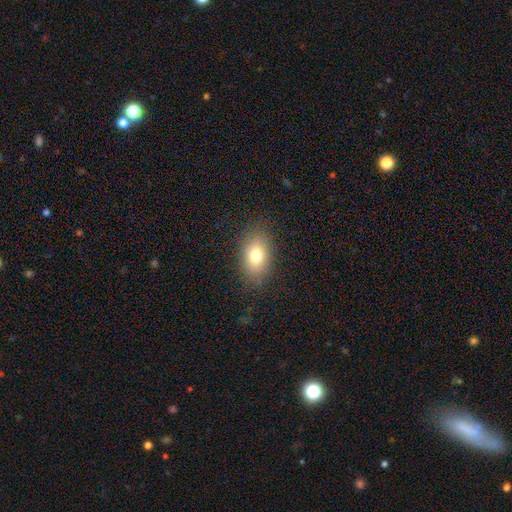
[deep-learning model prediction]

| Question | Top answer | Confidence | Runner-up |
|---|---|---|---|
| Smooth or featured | smooth | 77% | featured or disk (13%) |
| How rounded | in between | 86% | round (12%) |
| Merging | none | 83% | minor disturbance (12%) |